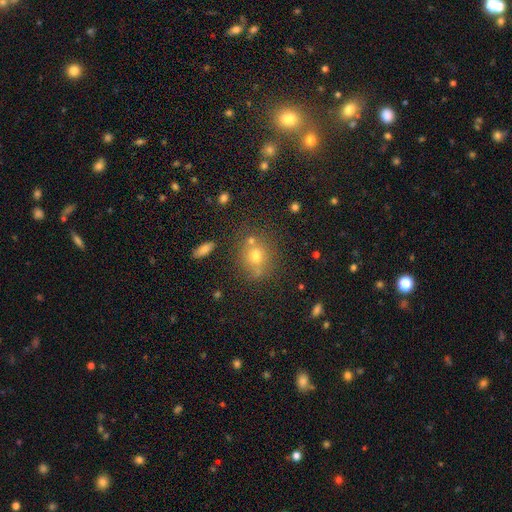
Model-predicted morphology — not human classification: Q: Smooth or featured?
A: smooth (67%); runner-up: star or artifact (19%)
Q: How rounded?
A: round (71%); runner-up: in between (27%)
Q: Merging?
A: none (64%); runner-up: merger (18%)